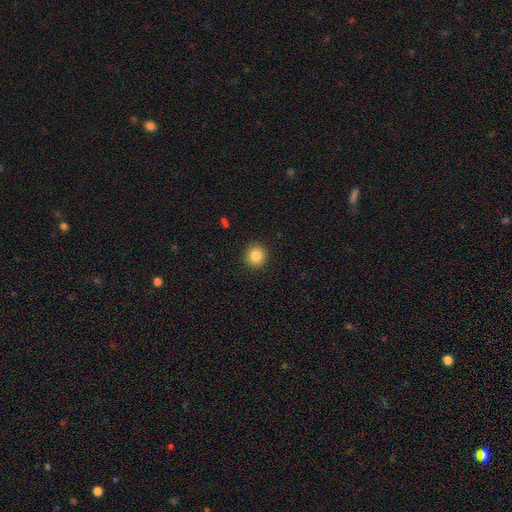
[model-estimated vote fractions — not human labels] Smooth or featured: smooth — 85% (star or artifact — 10%)
How rounded: round — 94% (in between — 5%)
Merging: none — 92% (minor disturbance — 5%)